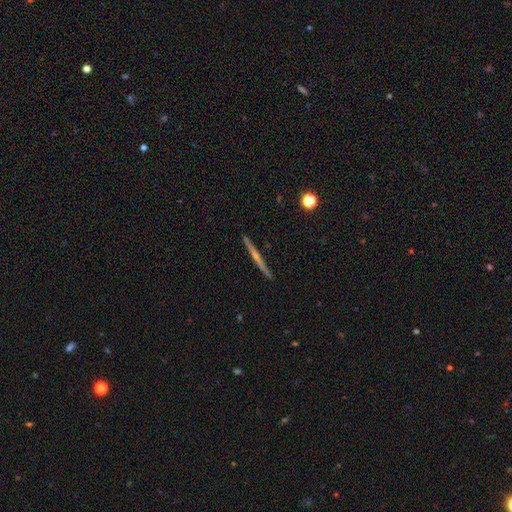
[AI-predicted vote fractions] Q: Smooth or featured?
A: featured or disk (74%); runner-up: smooth (19%)
Q: Edge-on disk?
A: yes (98%); runner-up: no (2%)
Q: Edge-on bulge?
A: rounded (63%); runner-up: none (31%)
Q: Merging?
A: none (92%); runner-up: minor disturbance (6%)